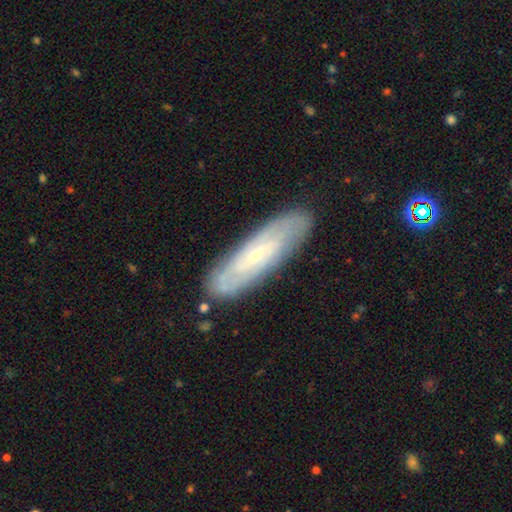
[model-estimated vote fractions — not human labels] A featured or disk galaxy (68%).

Vote fractions:
- Smooth or featured? featured or disk: 68% / smooth: 25% / star or artifact: 6%
- Edge-on disk? no: 73% / yes: 27%
- Merging? none: 85% / minor disturbance: 11% / major disturbance: 2% / merger: 1%